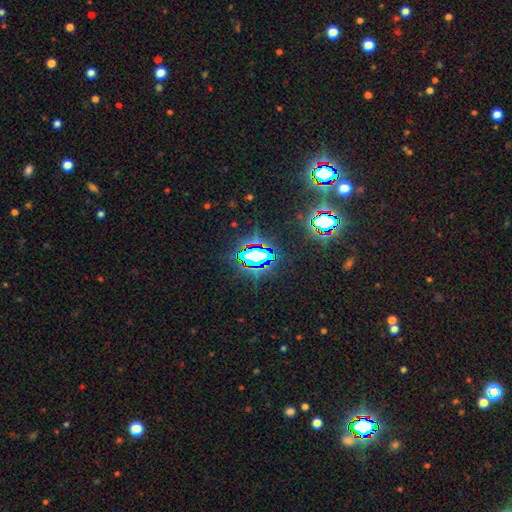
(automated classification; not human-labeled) Q: Smooth or featured?
A: star or artifact (73%); runner-up: smooth (15%)